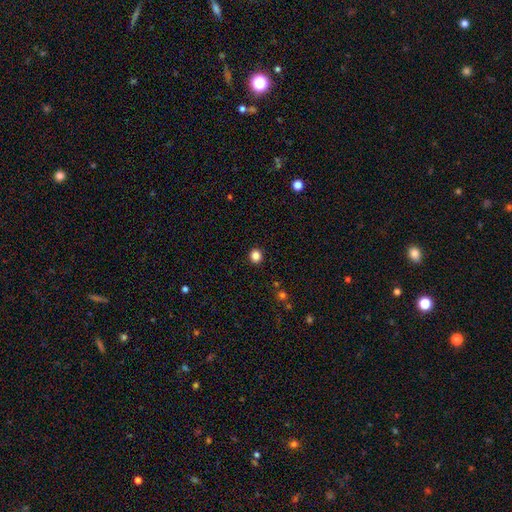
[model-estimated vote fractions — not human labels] smooth 85%, star or artifact 12%, featured or disk 4%. Down the decision tree: how rounded — round (89%); merging — none (92%).